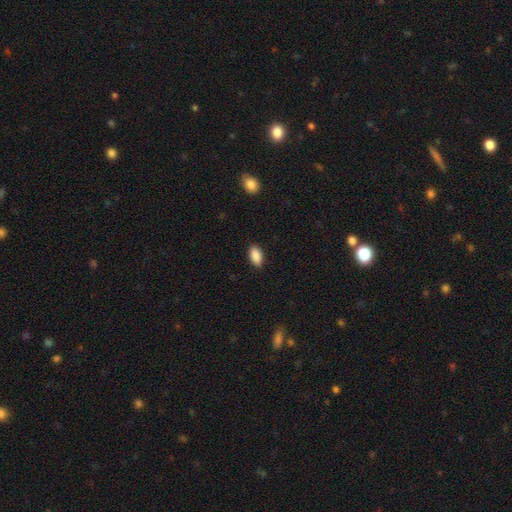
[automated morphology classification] Q: Smooth or featured?
A: smooth (89%); runner-up: star or artifact (7%)
Q: How rounded?
A: in between (93%); runner-up: cigar-shaped (4%)
Q: Merging?
A: none (88%); runner-up: minor disturbance (9%)